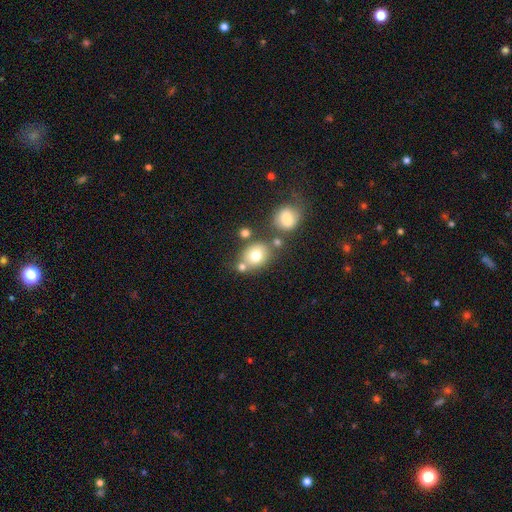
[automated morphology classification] Smooth or featured? Predicted: smooth (p=0.75). How rounded? Predicted: round (p=0.59). Merging? Predicted: none (p=0.60).